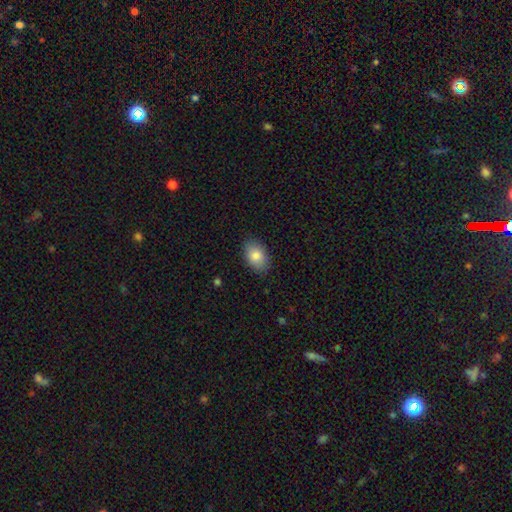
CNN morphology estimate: smooth_or_featured: smooth (p=0.83) [alt: featured or disk p=0.09]
how_rounded: in between (p=0.85) [alt: round p=0.13]
merging: none (p=0.86) [alt: minor disturbance p=0.11]